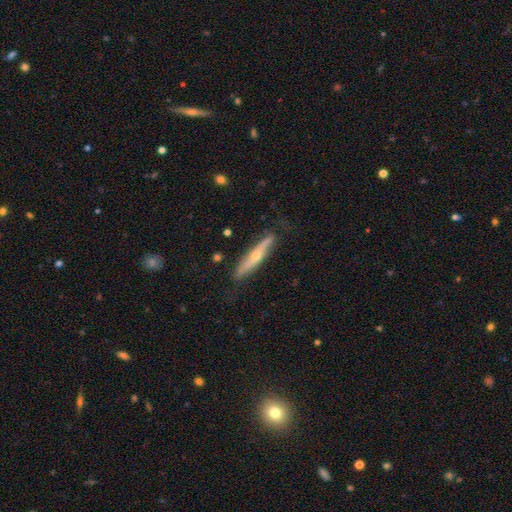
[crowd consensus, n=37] featured or disk 68%, smooth 30%, star or artifact 3%. Down the decision tree: edge-on disk — yes (92%); edge-on bulge — rounded (83%); merging — none (86%).